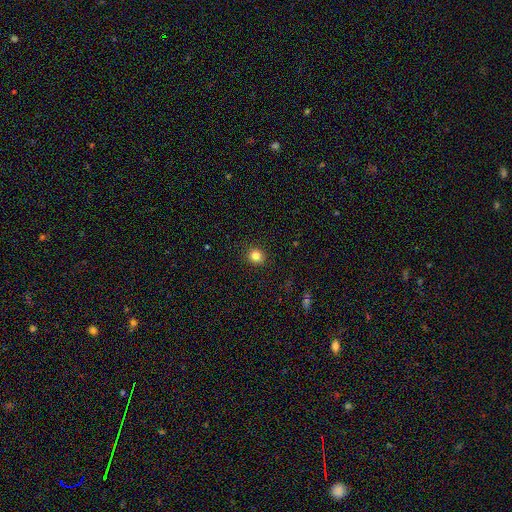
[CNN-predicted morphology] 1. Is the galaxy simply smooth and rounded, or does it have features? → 83% smooth, 12% star or artifact, 5% featured or disk.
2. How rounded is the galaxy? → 88% round, 11% in between, 1% cigar-shaped.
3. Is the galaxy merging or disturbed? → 91% none, 6% minor disturbance, 2% major disturbance, 1% merger.